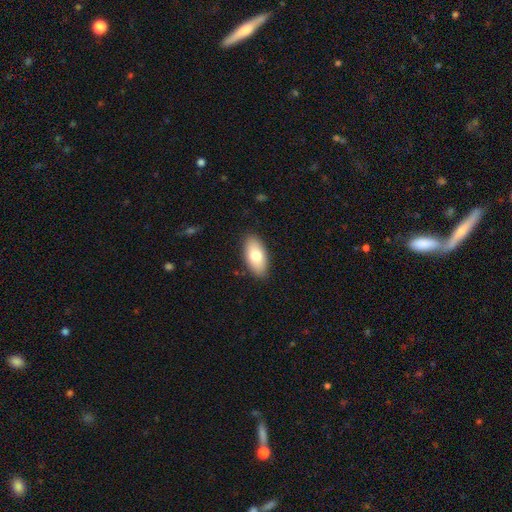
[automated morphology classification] smooth-or-featured: smooth: 77% | featured or disk: 17% | star or artifact: 6%
  how-rounded: in between: 92% | cigar-shaped: 5% | round: 3%
  merging: none: 88% | minor disturbance: 9% | major disturbance: 2% | merger: 1%